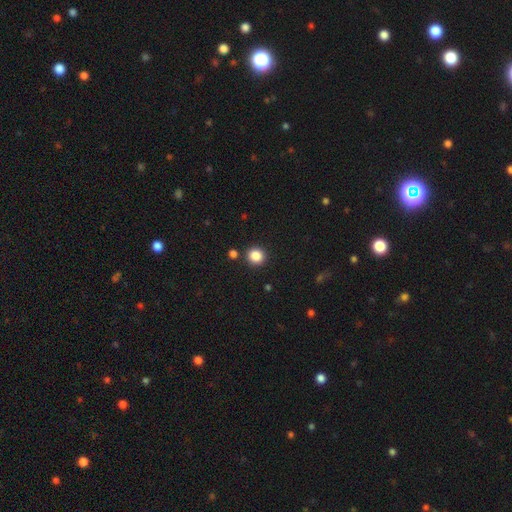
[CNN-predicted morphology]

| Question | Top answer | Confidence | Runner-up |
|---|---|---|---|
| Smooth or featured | smooth | 86% | star or artifact (11%) |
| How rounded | round | 90% | in between (9%) |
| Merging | none | 88% | minor disturbance (6%) |